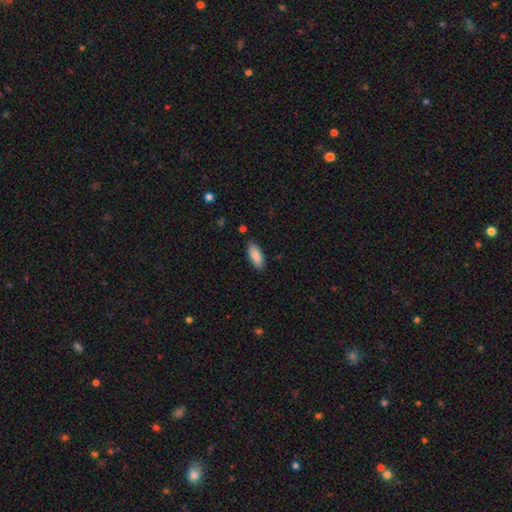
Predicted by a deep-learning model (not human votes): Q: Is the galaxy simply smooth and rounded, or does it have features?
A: smooth — 87%.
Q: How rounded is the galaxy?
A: in between — 77%.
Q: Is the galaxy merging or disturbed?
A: none — 87%.